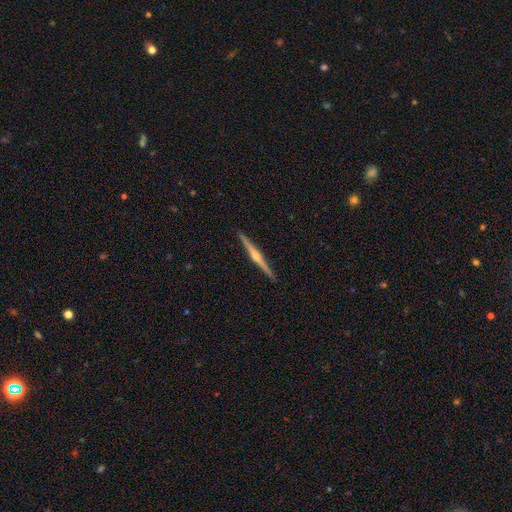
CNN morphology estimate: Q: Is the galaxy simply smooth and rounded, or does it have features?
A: featured or disk — 82%.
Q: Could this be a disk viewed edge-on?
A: yes — 99%.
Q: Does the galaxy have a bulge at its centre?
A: rounded — 87%.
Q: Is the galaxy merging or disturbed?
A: none — 93%.